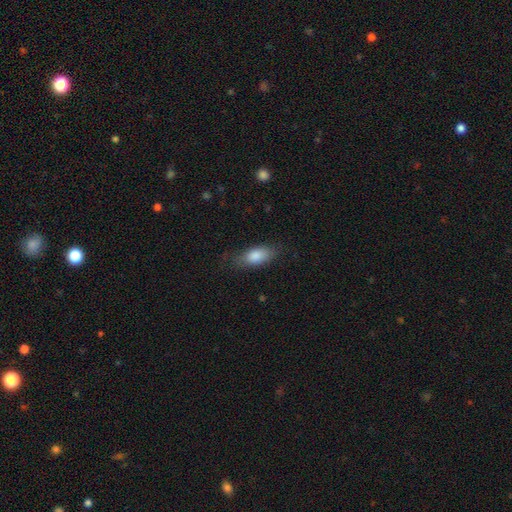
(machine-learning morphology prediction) This appears to be a smooth galaxy with no disk features (82%) that is in between round and cigar-shaped (83%). Merging: none (74%).